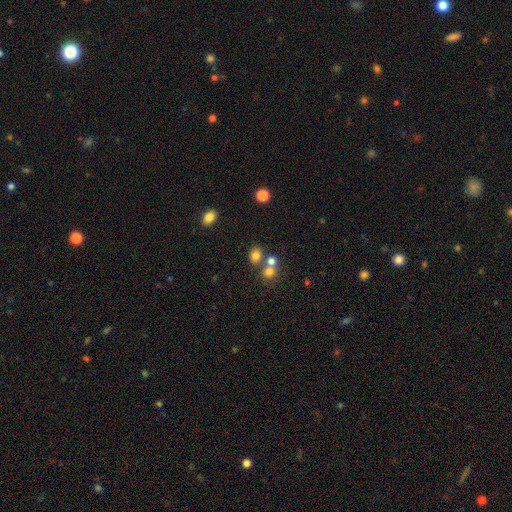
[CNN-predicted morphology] This is likely a smooth galaxy (76%). How rounded: likely round (60%). Merging: possibly none (57%).